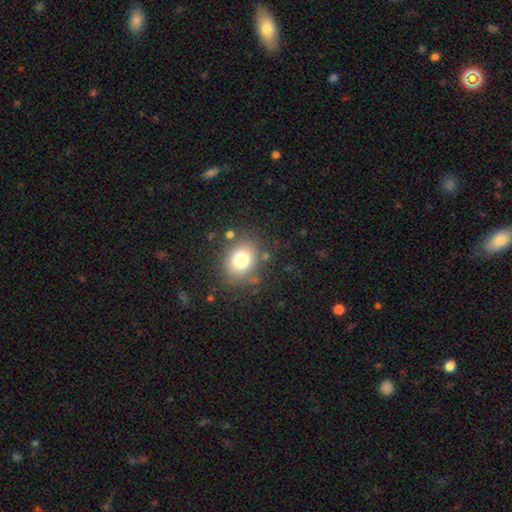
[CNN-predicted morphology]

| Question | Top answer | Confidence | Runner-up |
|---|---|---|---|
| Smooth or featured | smooth | 69% | star or artifact (21%) |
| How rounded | round | 64% | in between (35%) |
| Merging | none | 82% | minor disturbance (11%) |